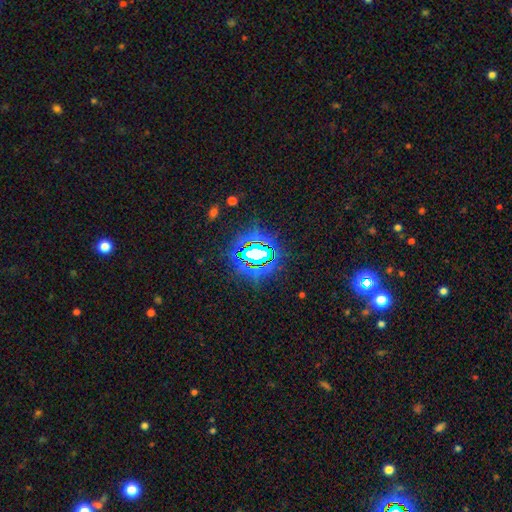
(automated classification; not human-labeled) Smooth or featured? Predicted: star or artifact (p=0.77).